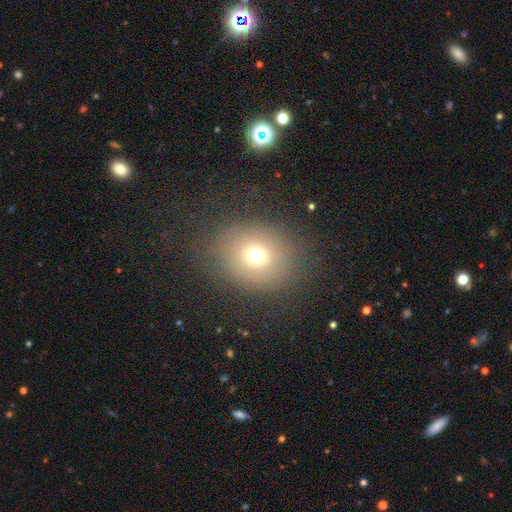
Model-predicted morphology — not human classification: type=smooth (68%); roundness=round (69%); merging=none (78%).